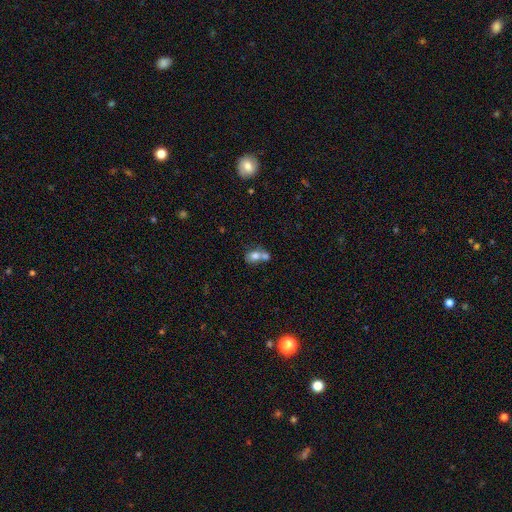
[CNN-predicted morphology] Q: Smooth or featured?
A: smooth (75%); runner-up: featured or disk (16%)
Q: How rounded?
A: in between (59%); runner-up: round (39%)
Q: Merging?
A: merger (62%); runner-up: none (25%)